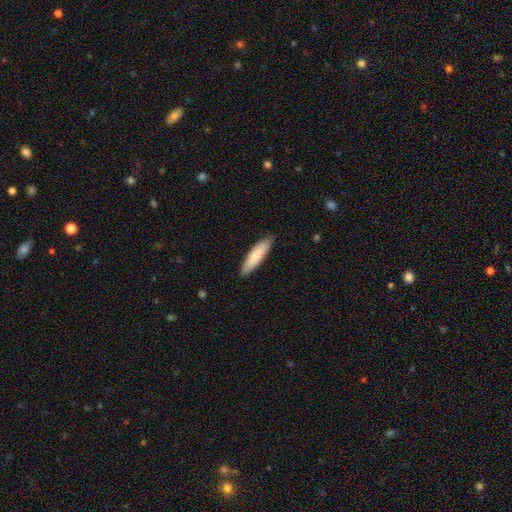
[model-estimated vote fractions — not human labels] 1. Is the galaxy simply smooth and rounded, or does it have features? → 81% smooth, 14% featured or disk, 5% star or artifact.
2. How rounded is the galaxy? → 71% cigar-shaped, 28% in between, 1% round.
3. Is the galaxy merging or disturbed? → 89% none, 9% minor disturbance, 1% major disturbance, 1% merger.